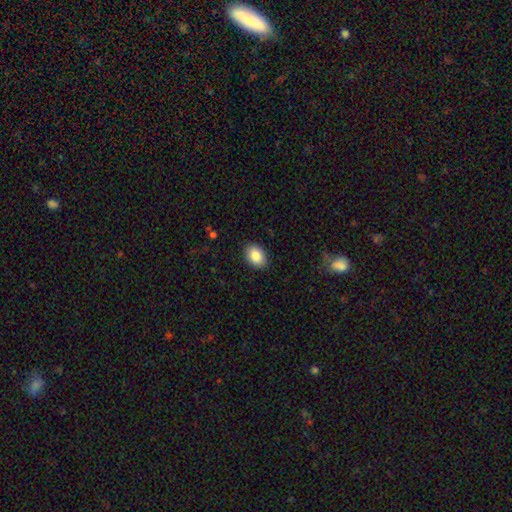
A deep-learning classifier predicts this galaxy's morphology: A smooth galaxy with no disk features (87%) that is in between round and cigar-shaped (82%).

Vote fractions:
- Smooth or featured? smooth: 87% / star or artifact: 7% / featured or disk: 6%
- How rounded? in between: 82% / round: 17% / cigar-shaped: 1%
- Merging? none: 88% / minor disturbance: 9% / major disturbance: 2% / merger: 1%